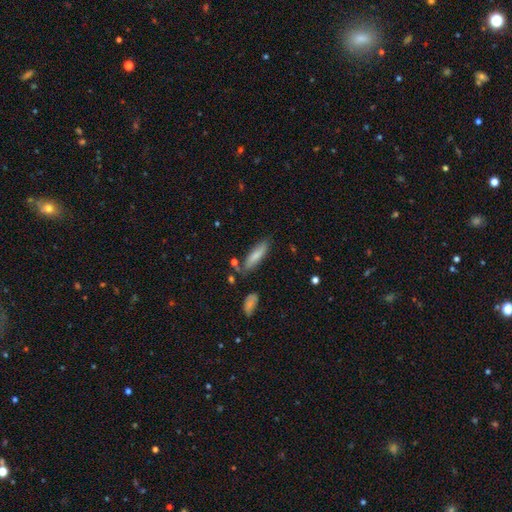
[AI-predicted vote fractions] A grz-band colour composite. It shows a smooth galaxy with no disk features (76%) that is cigar-shaped (63%). Merging: none (73%).